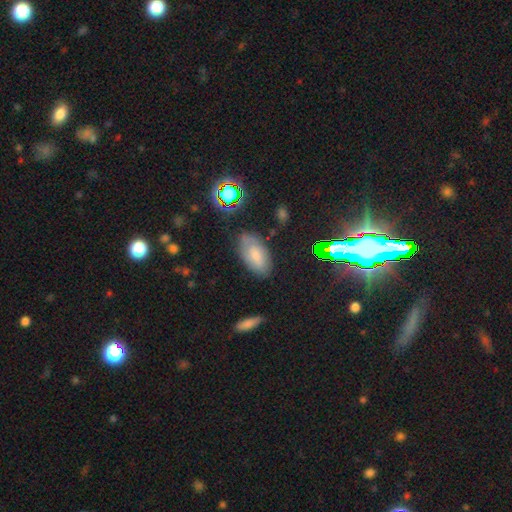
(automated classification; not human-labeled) A smooth galaxy with no disk features (62%) that is in between round and cigar-shaped (93%).

Vote fractions:
- Smooth or featured? smooth: 62% / featured or disk: 27% / star or artifact: 11%
- How rounded? in between: 93% / round: 4% / cigar-shaped: 3%
- Merging? none: 72% / minor disturbance: 20% / major disturbance: 5% / merger: 3%